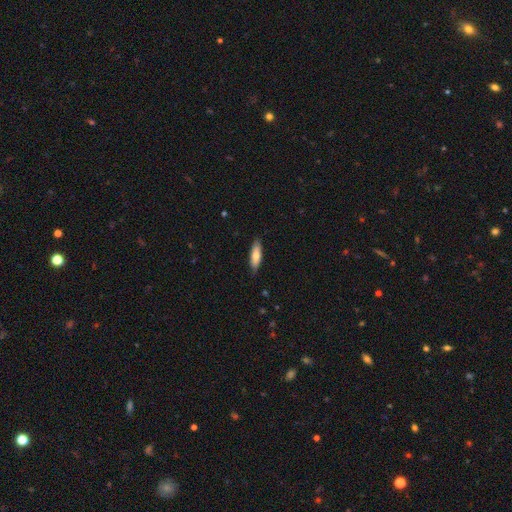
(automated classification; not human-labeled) A smooth galaxy with no disk features (70%) that is cigar-shaped (52%).

Vote fractions:
- Smooth or featured? smooth: 70% / featured or disk: 24% / star or artifact: 6%
- How rounded? cigar-shaped: 52% / in between: 46% / round: 2%
- Merging? none: 84% / minor disturbance: 13% / major disturbance: 2% / merger: 1%